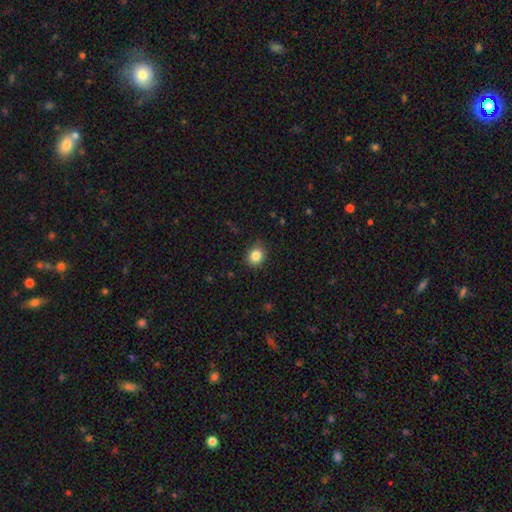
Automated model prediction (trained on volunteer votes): Overall: smooth (85%). How rounded: round (73%). Merging: none (84%).